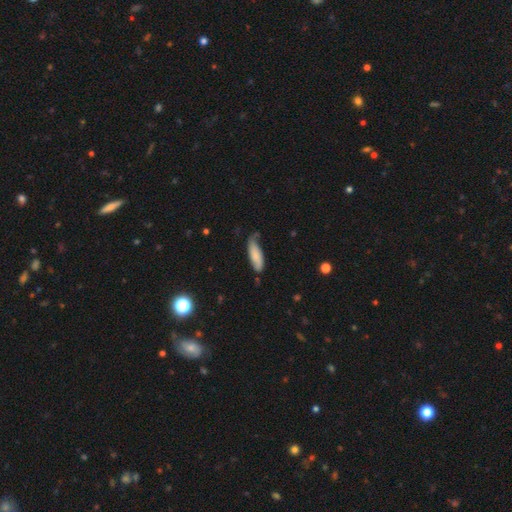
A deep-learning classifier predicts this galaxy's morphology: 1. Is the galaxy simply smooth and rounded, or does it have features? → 73% smooth, 21% featured or disk, 6% star or artifact.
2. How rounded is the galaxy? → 54% in between, 44% cigar-shaped, 2% round.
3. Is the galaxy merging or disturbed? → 55% none, 34% minor disturbance, 8% major disturbance, 3% merger.